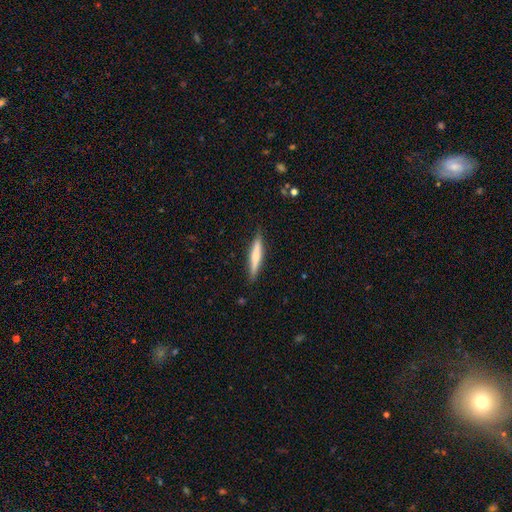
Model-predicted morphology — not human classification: type=smooth (59%); roundness=cigar-shaped (91%); merging=none (88%).